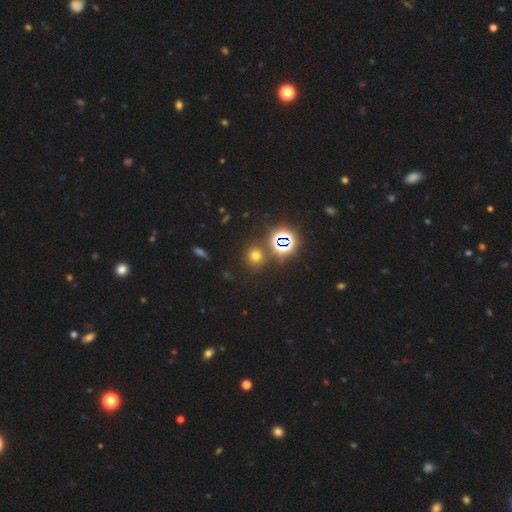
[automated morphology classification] A smooth galaxy with no disk features (60%) that is round (86%).

Vote fractions:
- Smooth or featured? smooth: 60% / star or artifact: 32% / featured or disk: 8%
- How rounded? round: 86% / in between: 13% / cigar-shaped: 1%
- Merging? none: 82% / minor disturbance: 8% / merger: 7% / major disturbance: 3%